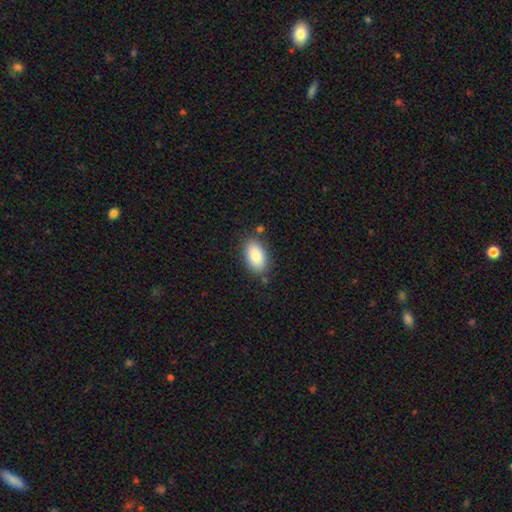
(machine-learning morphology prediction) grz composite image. It shows a smooth galaxy with no disk features (86%) that is in between round and cigar-shaped (94%). Merging: none (80%).